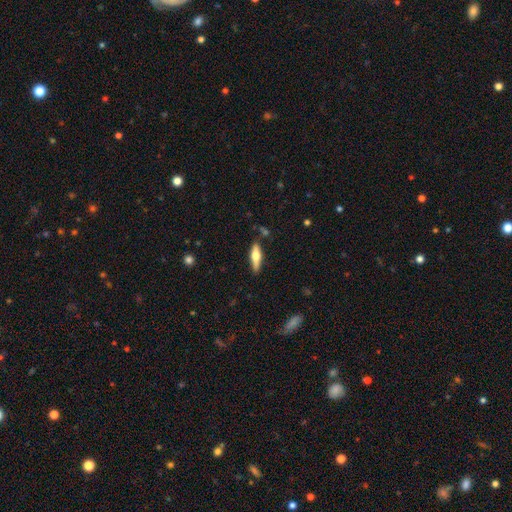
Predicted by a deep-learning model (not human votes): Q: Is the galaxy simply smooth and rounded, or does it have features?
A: smooth — 52%.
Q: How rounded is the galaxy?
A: cigar-shaped — 59%.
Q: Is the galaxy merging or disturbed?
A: none — 83%.